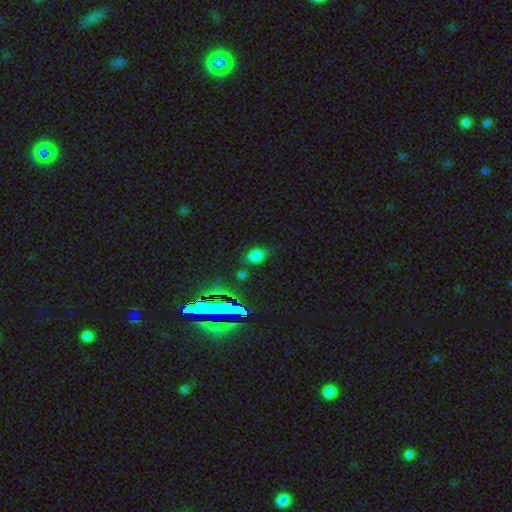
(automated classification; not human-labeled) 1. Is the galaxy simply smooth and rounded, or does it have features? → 68% smooth, 26% star or artifact, 7% featured or disk.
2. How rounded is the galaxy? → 74% in between, 24% round, 2% cigar-shaped.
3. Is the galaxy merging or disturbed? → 80% none, 14% minor disturbance, 4% major disturbance, 3% merger.